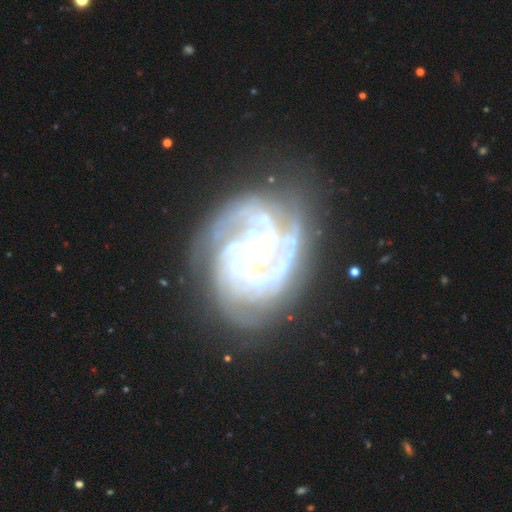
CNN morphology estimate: type=featured or disk (87%); edge-on=no (98%); bar=no (57%); spiral arms=yes (94%); winding=tight (66%); arm count=can't tell (25%, tied with 3); bulge=small (78%); merging=none (66%).